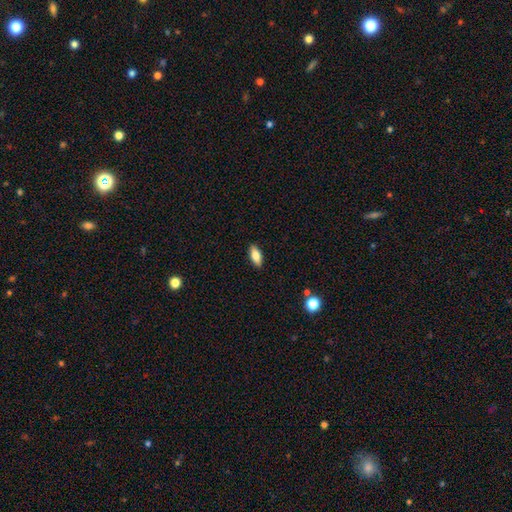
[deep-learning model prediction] Q: Smooth or featured?
A: smooth (75%); runner-up: featured or disk (18%)
Q: How rounded?
A: in between (80%); runner-up: cigar-shaped (17%)
Q: Merging?
A: none (89%); runner-up: minor disturbance (8%)